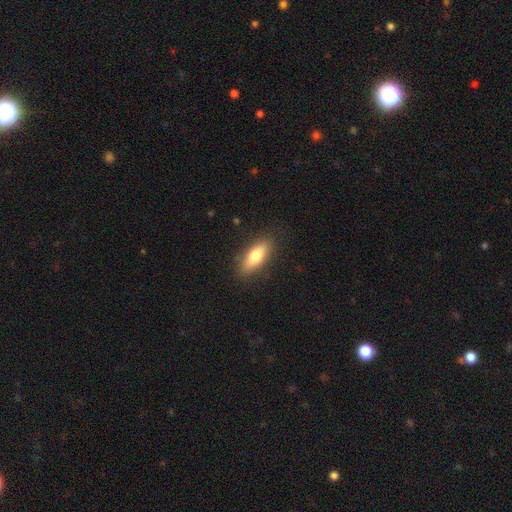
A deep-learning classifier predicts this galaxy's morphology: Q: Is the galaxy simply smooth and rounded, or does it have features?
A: smooth — 75%.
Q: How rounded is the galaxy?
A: in between — 70%.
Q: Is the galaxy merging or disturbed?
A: none — 86%.